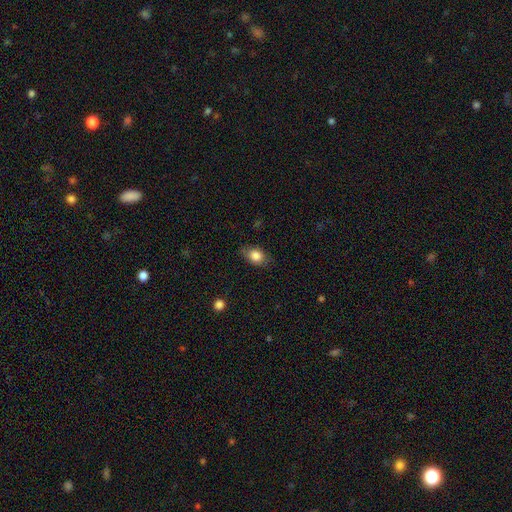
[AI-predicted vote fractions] smooth 82%, featured or disk 10%, star or artifact 8%. Down the decision tree: how rounded — in between (72%); merging — none (77%).